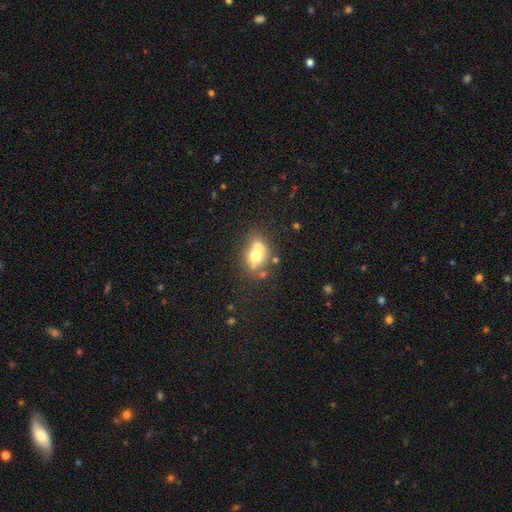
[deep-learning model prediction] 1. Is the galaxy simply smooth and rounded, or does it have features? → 60% smooth, 29% featured or disk, 11% star or artifact.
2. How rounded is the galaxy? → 53% in between, 45% round, 2% cigar-shaped.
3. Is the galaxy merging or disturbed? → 48% merger, 35% none, 12% minor disturbance, 5% major disturbance.